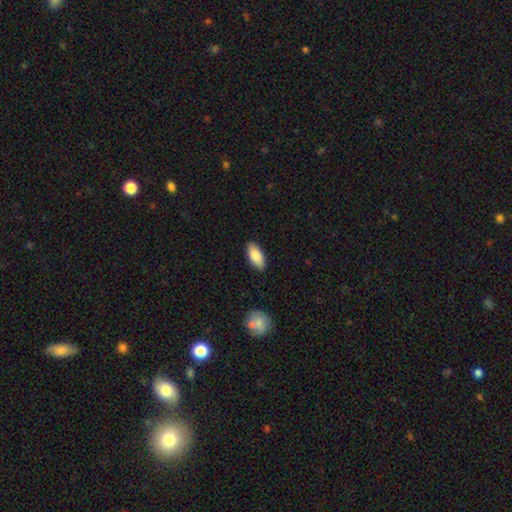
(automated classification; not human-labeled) smooth-or-featured: smooth: 86% | featured or disk: 8% | star or artifact: 6%
  how-rounded: in between: 88% | cigar-shaped: 10% | round: 2%
  merging: none: 87% | minor disturbance: 10% | major disturbance: 2% | merger: 1%